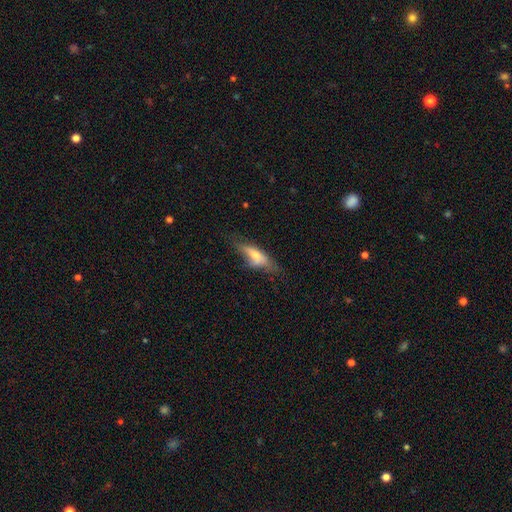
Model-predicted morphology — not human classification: This appears to be a smooth galaxy with no disk features (50%) that is in between round and cigar-shaped (56%). Merging: none (53%).